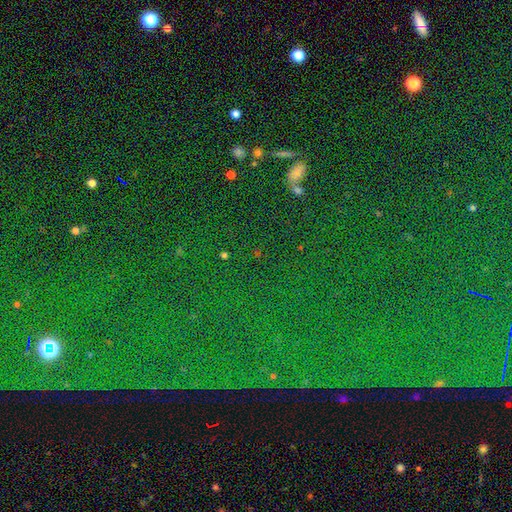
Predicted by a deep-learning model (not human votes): The model was most divided on "smooth or featured": star or artifact: 85%, smooth: 8%, featured or disk: 7%.